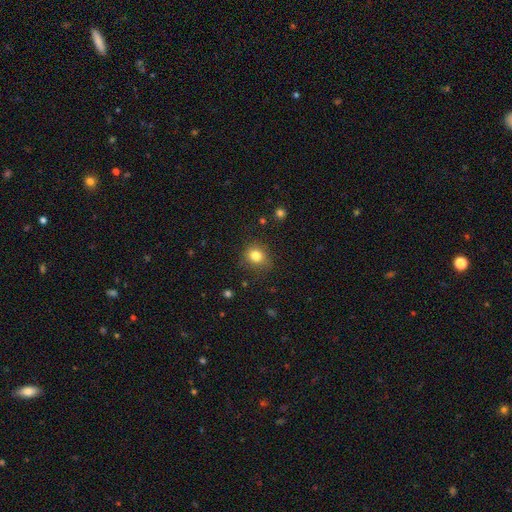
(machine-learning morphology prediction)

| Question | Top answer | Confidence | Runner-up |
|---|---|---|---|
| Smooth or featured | smooth | 82% | star or artifact (12%) |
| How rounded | round | 76% | in between (23%) |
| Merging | none | 79% | minor disturbance (15%) |